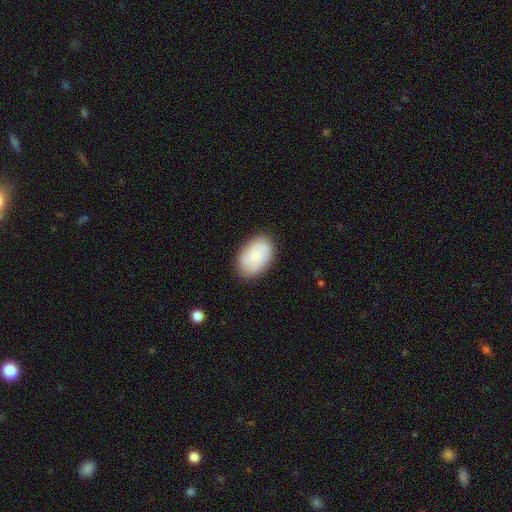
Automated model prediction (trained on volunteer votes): smooth 81%, featured or disk 13%, star or artifact 6%. Down the decision tree: how rounded — in between (89%); merging — none (85%).